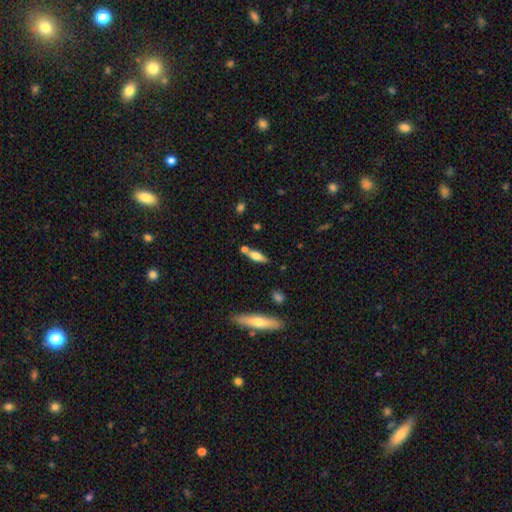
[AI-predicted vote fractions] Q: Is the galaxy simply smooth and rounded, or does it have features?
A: smooth — 59%.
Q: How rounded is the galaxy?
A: in between — 49%.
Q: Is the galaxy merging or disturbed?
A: none — 64%.